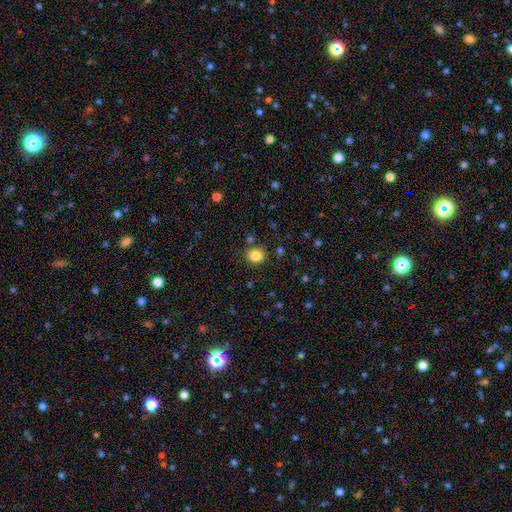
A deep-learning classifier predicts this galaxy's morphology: Smooth or featured? smooth (84%)
How rounded? round (78%)
Merging? none (84%)